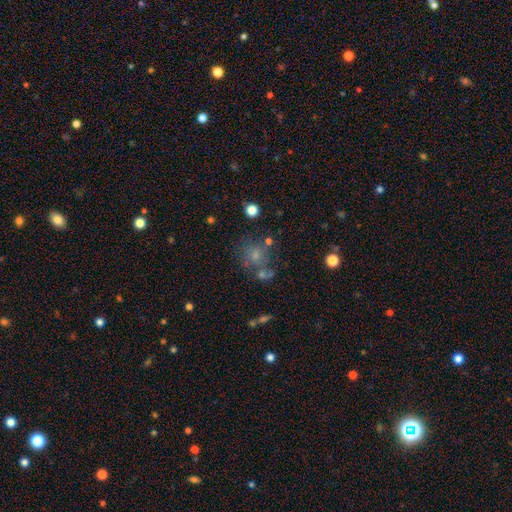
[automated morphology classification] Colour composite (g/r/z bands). It shows a smooth galaxy with no disk features (49%). Merging: none (62%).